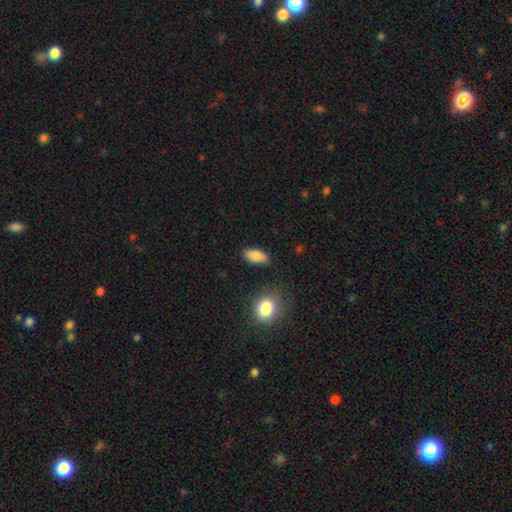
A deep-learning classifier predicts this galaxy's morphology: This is clearly a smooth galaxy (85%). How rounded: clearly in between (90%). Merging: clearly none (83%).